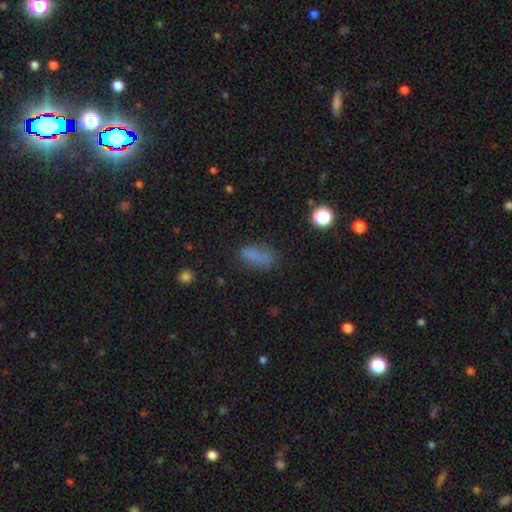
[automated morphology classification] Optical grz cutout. It shows a smooth galaxy with no disk features (76%) that is in between round and cigar-shaped (72%). Merging: none (66%).